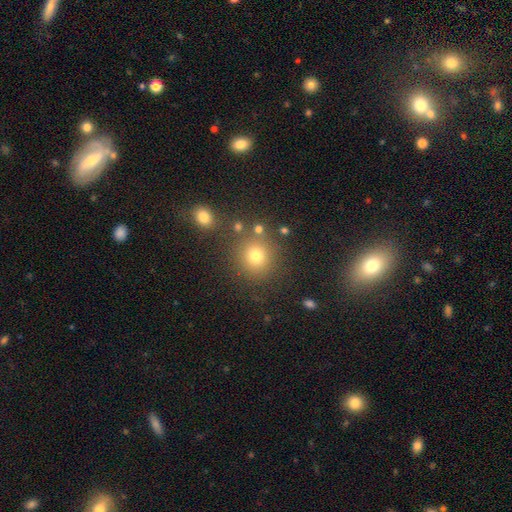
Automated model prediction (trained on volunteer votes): Overall: smooth (75%). How rounded: round (90%). Merging: none (81%).